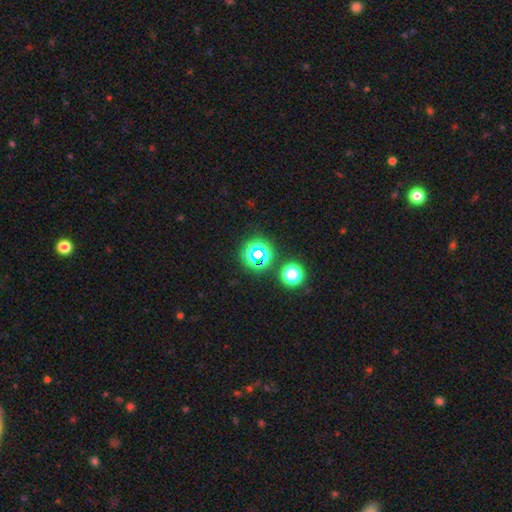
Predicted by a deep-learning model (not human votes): Morphology: type=star or artifact (65%).